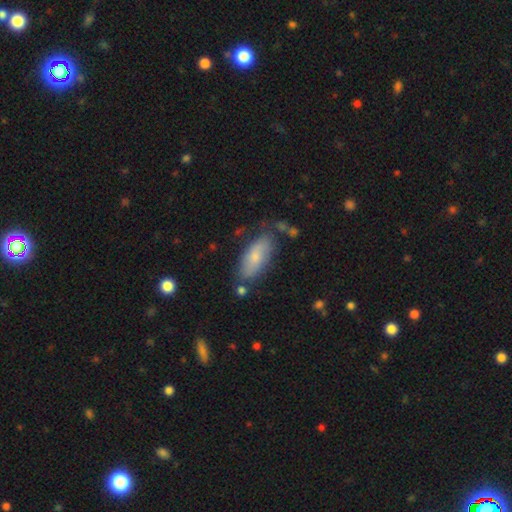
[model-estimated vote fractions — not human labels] Smooth or featured: smooth — 68% (featured or disk — 26%)
How rounded: in between — 84% (cigar-shaped — 14%)
Merging: none — 66% (minor disturbance — 22%)